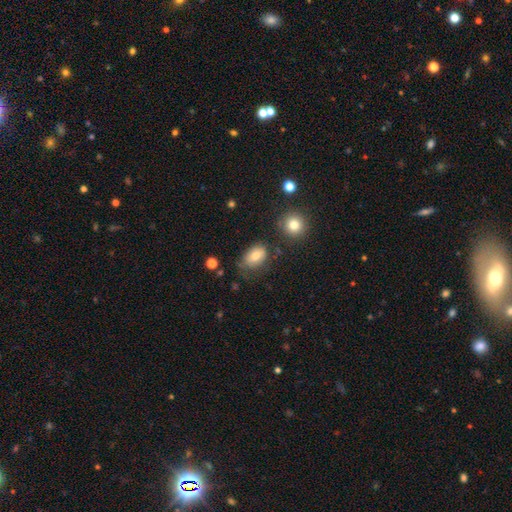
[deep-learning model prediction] A smooth galaxy with no disk features (75%) that is in between round and cigar-shaped (78%).

Vote fractions:
- Smooth or featured? smooth: 75% / featured or disk: 15% / star or artifact: 10%
- How rounded? in between: 78% / round: 20% / cigar-shaped: 1%
- Merging? none: 59% / minor disturbance: 27% / major disturbance: 10% / merger: 4%